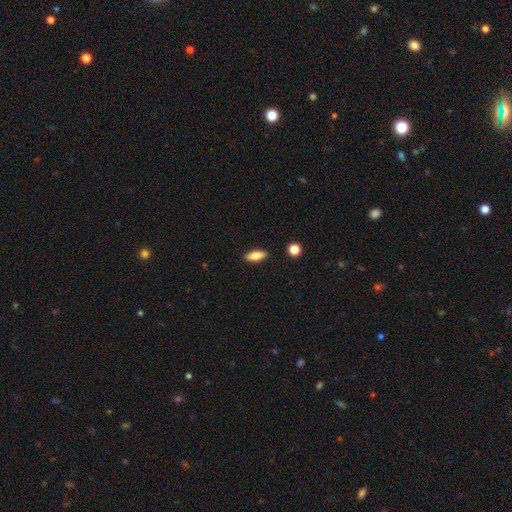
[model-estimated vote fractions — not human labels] Q: Smooth or featured?
A: smooth (78%); runner-up: featured or disk (15%)
Q: How rounded?
A: in between (77%); runner-up: cigar-shaped (20%)
Q: Merging?
A: none (90%); runner-up: minor disturbance (7%)